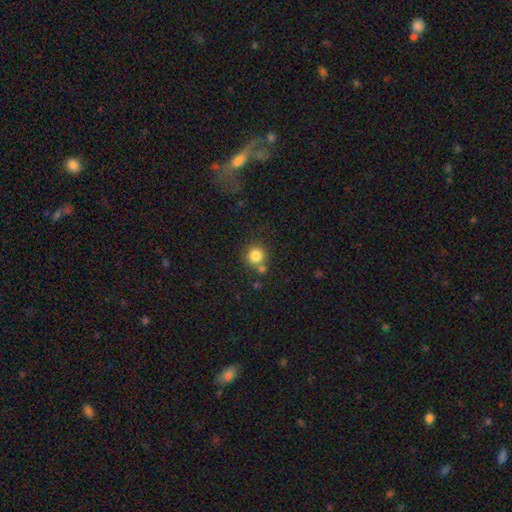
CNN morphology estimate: smooth_or_featured: smooth (p=0.83) [alt: star or artifact p=0.11]
how_rounded: round (p=0.92) [alt: in between p=0.07]
merging: none (p=0.68) [alt: merger p=0.19]